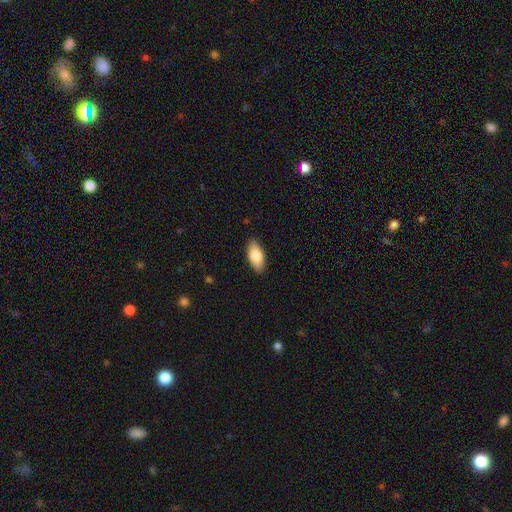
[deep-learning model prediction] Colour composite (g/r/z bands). It shows a smooth galaxy with no disk features (81%) that is in between round and cigar-shaped (89%). Merging: none (88%).